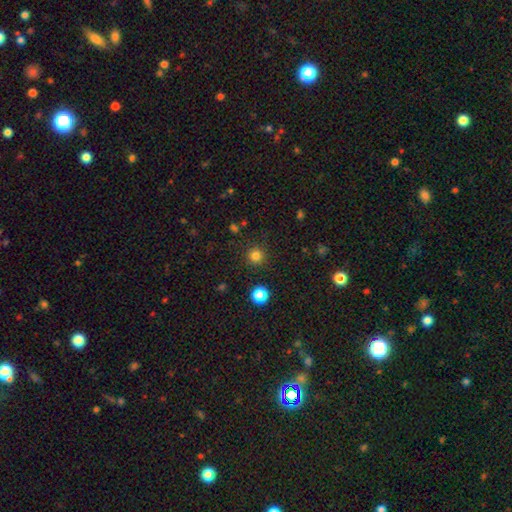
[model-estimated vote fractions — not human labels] smooth 81%, star or artifact 15%, featured or disk 4%. Down the decision tree: how rounded — round (95%); merging — none (90%).